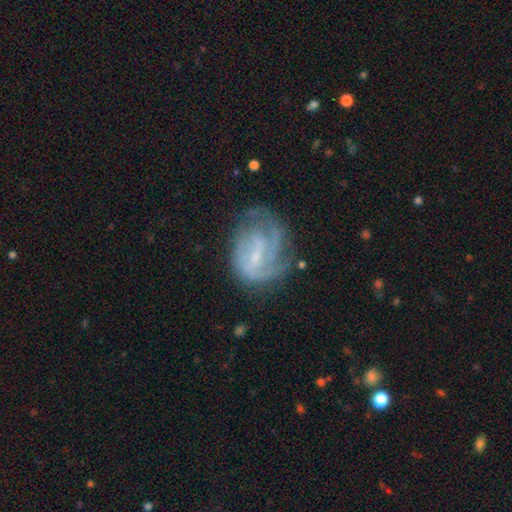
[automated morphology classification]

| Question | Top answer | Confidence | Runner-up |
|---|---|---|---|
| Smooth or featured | featured or disk | 74% | smooth (18%) |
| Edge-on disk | no | 97% | yes (3%) |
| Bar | weak | 53% | no (24%) |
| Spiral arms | yes | 83% | no (17%) |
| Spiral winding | tight | 44% | medium (38%) |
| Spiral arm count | can't tell | 34% | 2 (30%) |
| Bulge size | small | 51% | none (26%) |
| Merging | none | 47% | minor disturbance (26%) |